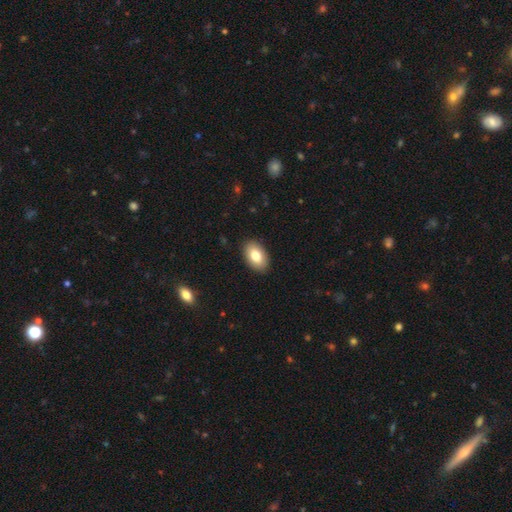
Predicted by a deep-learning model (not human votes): This is clearly a smooth galaxy (82%). How rounded: clearly in between (93%). Merging: clearly none (89%).